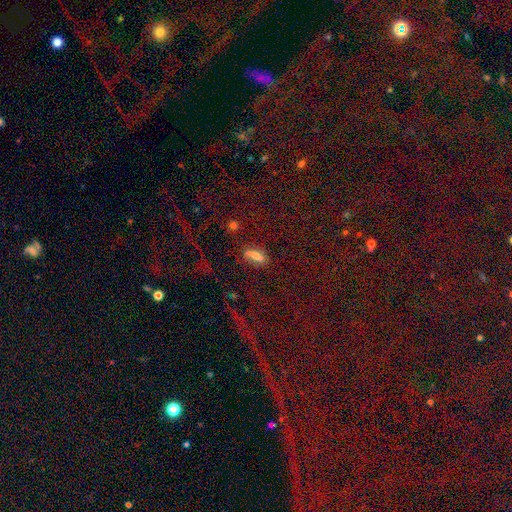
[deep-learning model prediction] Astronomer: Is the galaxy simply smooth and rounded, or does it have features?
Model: smooth — 55%.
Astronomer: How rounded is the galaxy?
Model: in between — 64%.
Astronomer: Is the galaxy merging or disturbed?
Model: none — 76%.